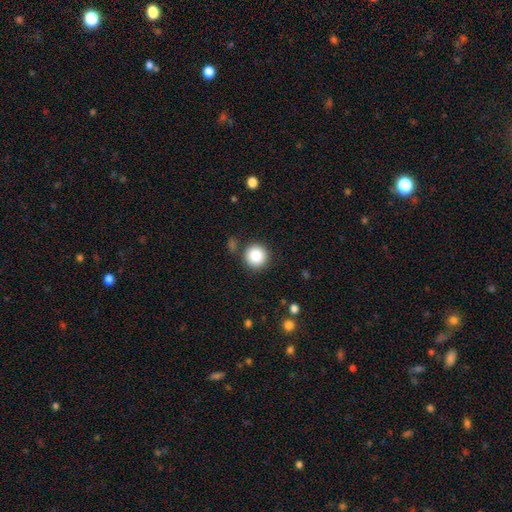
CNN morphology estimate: A smooth galaxy with no disk features (87%) that is round (95%).

Vote fractions:
- Smooth or featured? smooth: 87% / star or artifact: 9% / featured or disk: 4%
- How rounded? round: 95% / in between: 4% / cigar-shaped: 1%
- Merging? none: 85% / minor disturbance: 8% / merger: 4% / major disturbance: 3%